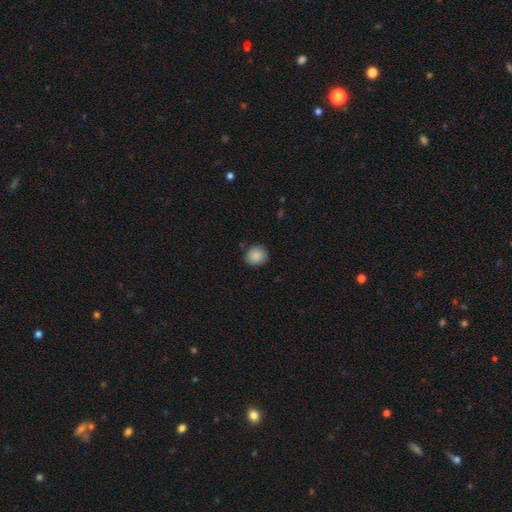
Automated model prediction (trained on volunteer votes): Smooth or featured? smooth (88%)
How rounded? round (79%)
Merging? none (87%)